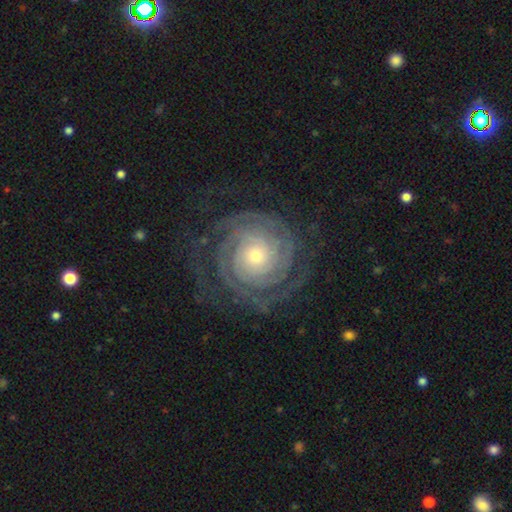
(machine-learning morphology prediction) This is clearly a featured or disk galaxy (90%). It is clearly not viewed edge-on (97%). Bar: likely no (78%). Spiral arm pattern: clearly yes (98%). Spiral arm count: marginally 2 (31%). Spiral winding: clearly tight (87%). Central bulge: possibly small (59%). Merging: likely none (79%).